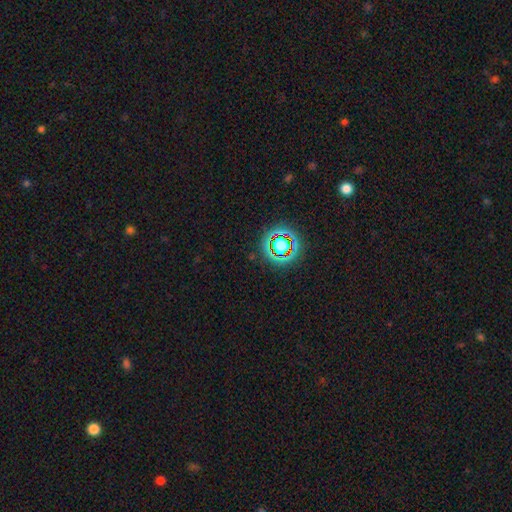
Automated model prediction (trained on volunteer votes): A star or artifact, not a galaxy (78%).